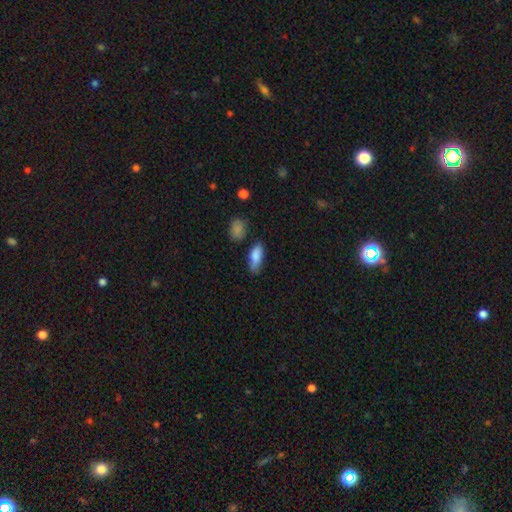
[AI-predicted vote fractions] smooth_or_featured: smooth (p=0.84) [alt: featured or disk p=0.09]
how_rounded: in between (p=0.76) [alt: cigar-shaped p=0.21]
merging: none (p=0.69) [alt: minor disturbance p=0.22]